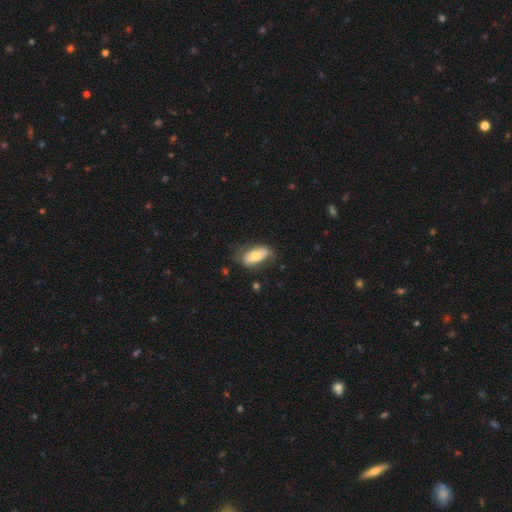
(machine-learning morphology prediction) type=smooth (61%); roundness=in between (90%); merging=none (66%).